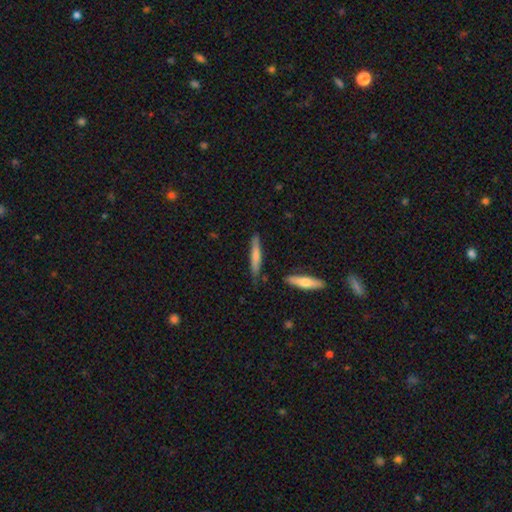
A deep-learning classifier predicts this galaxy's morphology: Smooth or featured?
  - smooth: 65% *
  - featured or disk: 29%
  - star or artifact: 5%
How rounded?
  - cigar-shaped: 91% *
  - in between: 7%
  - round: 1%
Merging?
  - none: 81% *
  - minor disturbance: 13%
  - merger: 4%
  - major disturbance: 2%